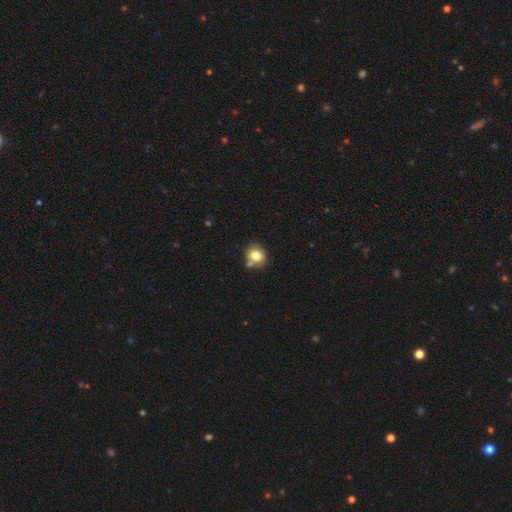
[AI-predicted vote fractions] Overall: smooth (79%). How rounded: round (75%). Merging: none (68%).